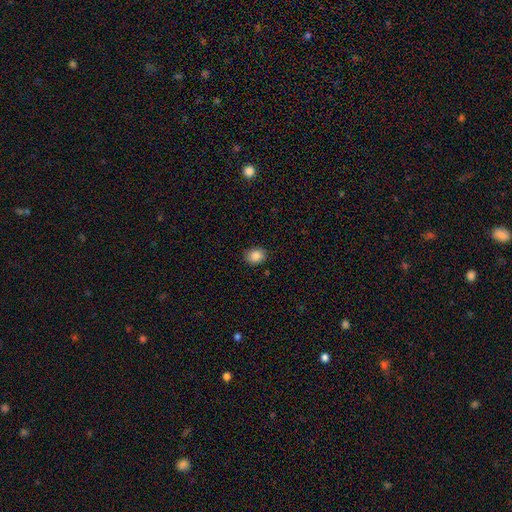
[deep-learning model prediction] Morphology: type=smooth (86%); roundness=in between (50%); merging=none (88%).